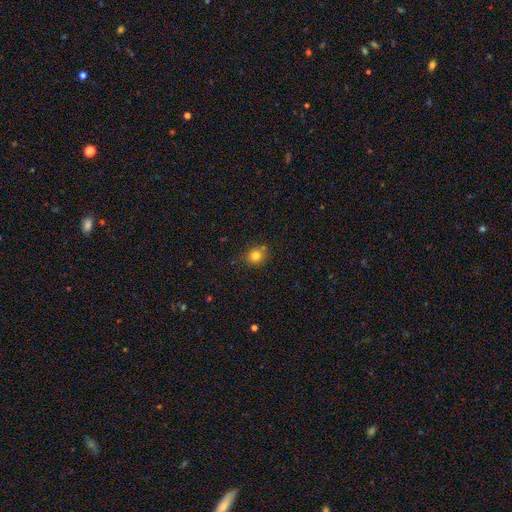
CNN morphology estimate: Smooth or featured: smooth — 79% (star or artifact — 13%)
How rounded: round — 71% (in between — 28%)
Merging: none — 72% (minor disturbance — 18%)